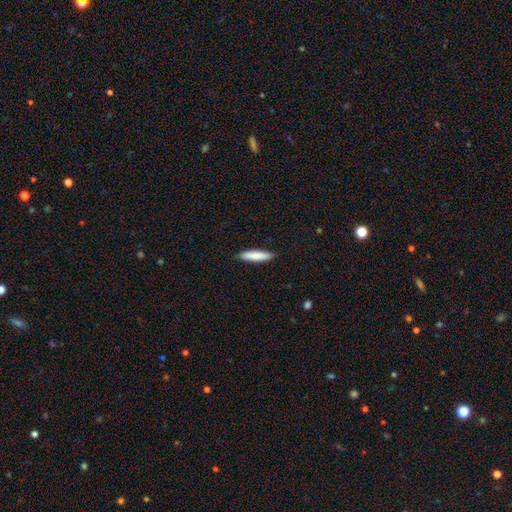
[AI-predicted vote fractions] smooth 83%, featured or disk 12%, star or artifact 5%. Down the decision tree: how rounded — cigar-shaped (83%); merging — none (87%).